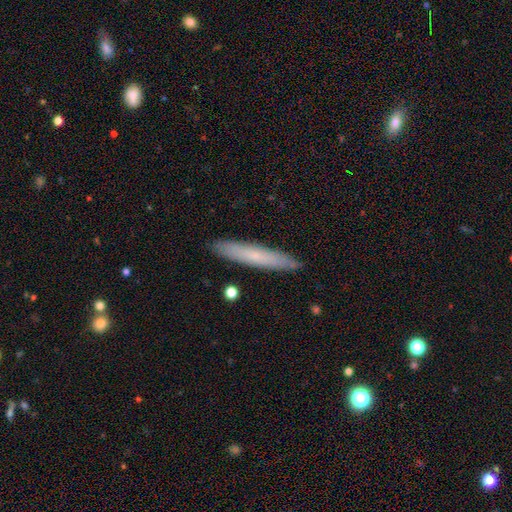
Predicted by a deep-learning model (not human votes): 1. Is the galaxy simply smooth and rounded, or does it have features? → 63% smooth, 31% featured or disk, 6% star or artifact.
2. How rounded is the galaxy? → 94% cigar-shaped, 5% in between, 1% round.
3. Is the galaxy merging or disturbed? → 90% none, 7% minor disturbance, 1% major disturbance, 1% merger.